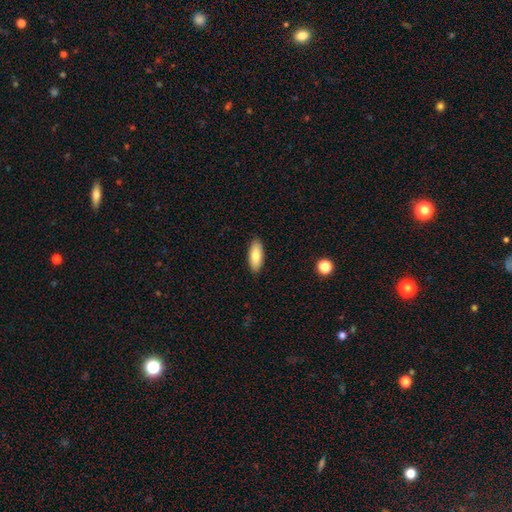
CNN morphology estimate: smooth 79%, featured or disk 14%, star or artifact 7%. Down the decision tree: how rounded — in between (81%); merging — none (88%).